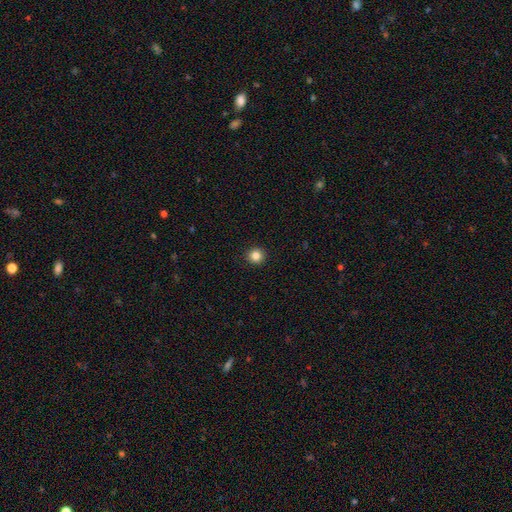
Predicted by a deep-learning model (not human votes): This appears to be a smooth galaxy with no disk features (84%) that is round (95%). Merging: none (93%).